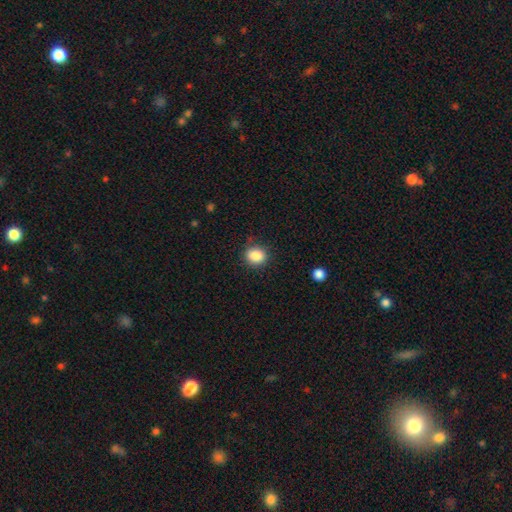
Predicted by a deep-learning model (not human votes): Smooth or featured? Predicted: smooth (p=0.87). How rounded? Predicted: round (p=0.64). Merging? Predicted: none (p=0.84).